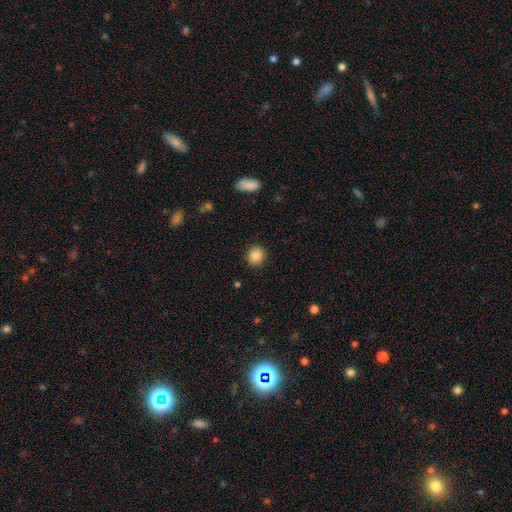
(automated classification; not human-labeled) The model was most divided on "how rounded": round: 86%, in between: 13%, cigar-shaped: 1%. More confident: merging — none (91%); smooth or featured — smooth (86%).